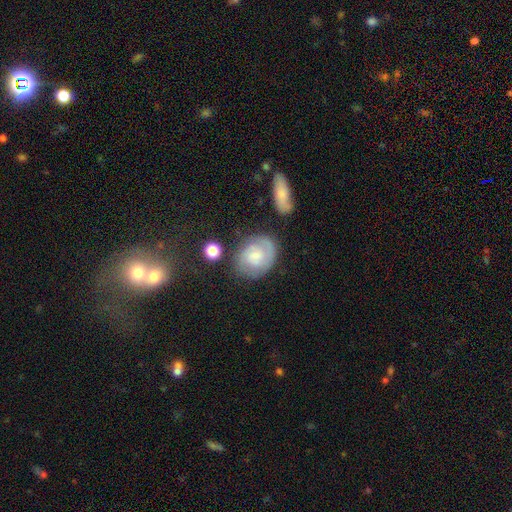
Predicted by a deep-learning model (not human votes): Smooth or featured: featured or disk — 54% (smooth — 38%)
Edge-on disk: no — 97% (yes — 3%)
Bar: no — 61% (weak — 34%)
Spiral arms: yes — 85% (no — 15%)
Bulge size: small — 43% (moderate — 33%)
Merging: none — 67% (minor disturbance — 20%)